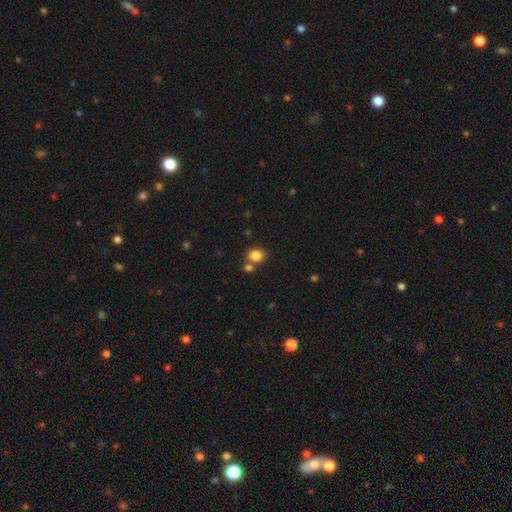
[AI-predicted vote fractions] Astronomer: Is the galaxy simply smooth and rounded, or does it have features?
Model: smooth — 84%.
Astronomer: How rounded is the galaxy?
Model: round — 61% (runner-up: in between, 38%).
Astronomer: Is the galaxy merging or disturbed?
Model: none — 67%.